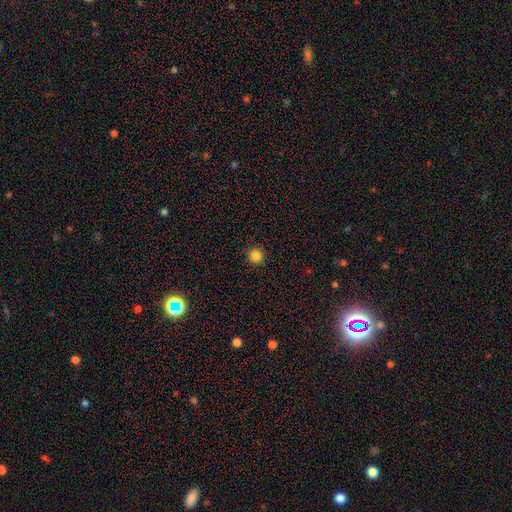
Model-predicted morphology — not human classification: The model was most divided on "smooth or featured": smooth: 85%, star or artifact: 12%, featured or disk: 3%. More confident: how rounded — round (95%); merging — none (93%).